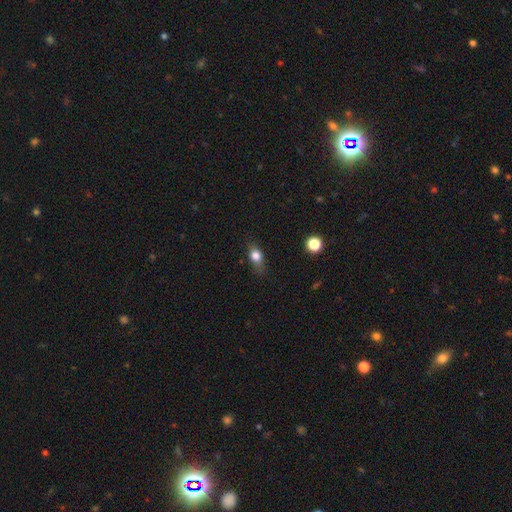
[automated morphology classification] This appears to be a smooth galaxy with no disk features (75%) that is in between round and cigar-shaped (67%). Merging: none (72%).